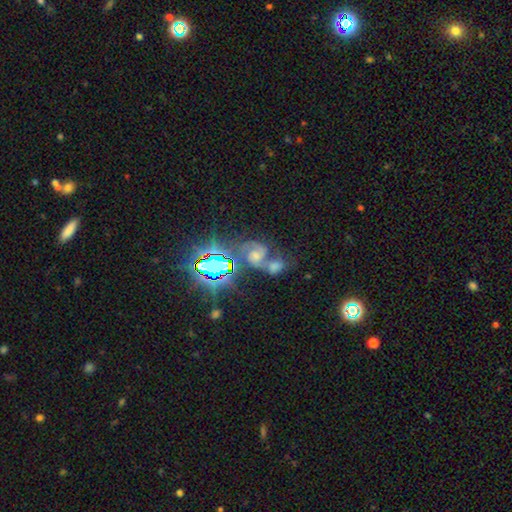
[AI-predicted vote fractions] Q: Smooth or featured?
A: featured or disk (46%); runner-up: star or artifact (39%)
Q: Merging?
A: merger (50%); runner-up: none (30%)